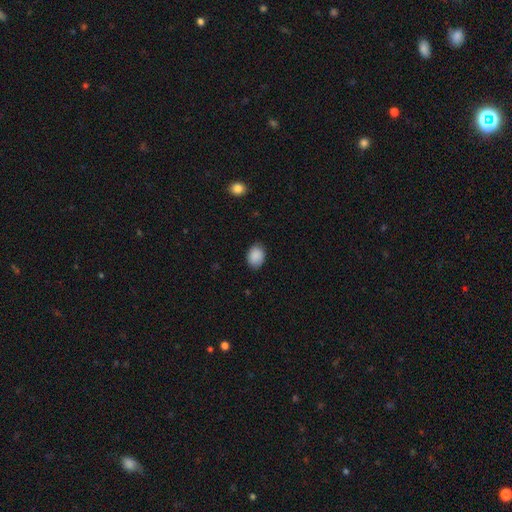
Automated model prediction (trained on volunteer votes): This is clearly a smooth galaxy (89%). How rounded: likely in between (71%). Merging: clearly none (84%).